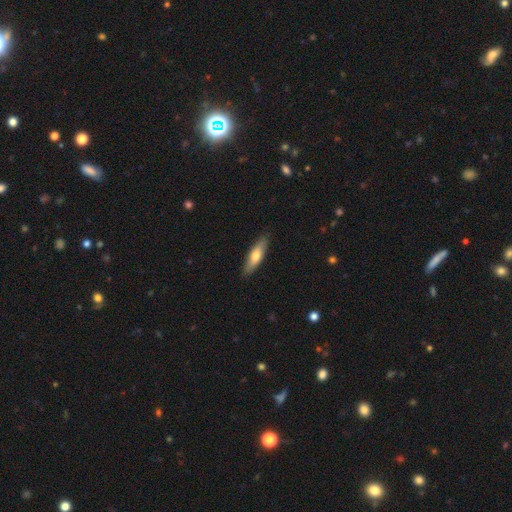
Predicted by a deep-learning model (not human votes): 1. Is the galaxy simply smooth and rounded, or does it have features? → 63% smooth, 31% featured or disk, 5% star or artifact.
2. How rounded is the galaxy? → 60% cigar-shaped, 38% in between, 2% round.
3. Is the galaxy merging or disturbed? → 88% none, 9% minor disturbance, 2% major disturbance, 1% merger.